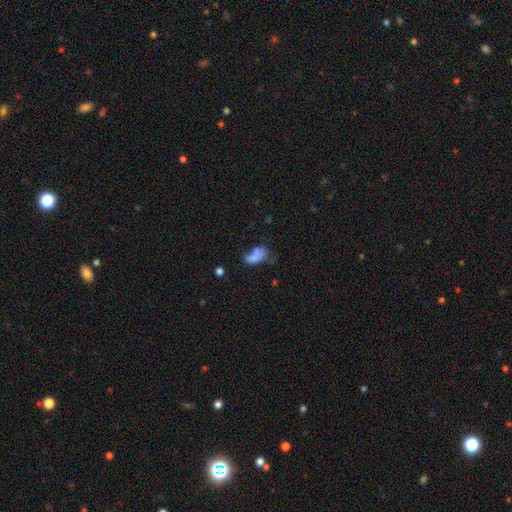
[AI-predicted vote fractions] The model was most divided on "merging" (2-way tie): merger: 28%, none: 28%, minor disturbance: 22%, major disturbance: 22%. More confident: how rounded — in between (86%); smooth or featured — smooth (68%).